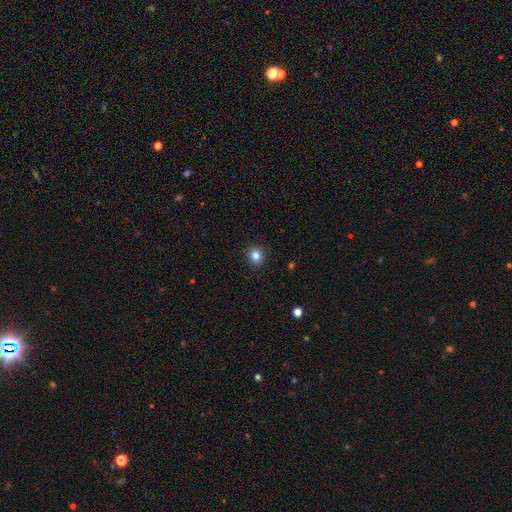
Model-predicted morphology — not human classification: smooth 84%, star or artifact 11%, featured or disk 5%. Down the decision tree: how rounded — round (90%); merging — none (91%).